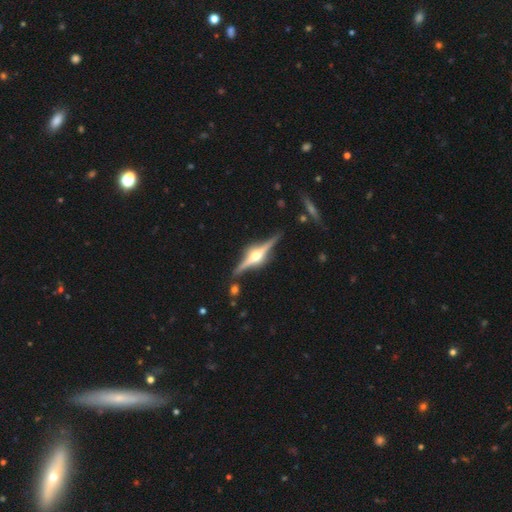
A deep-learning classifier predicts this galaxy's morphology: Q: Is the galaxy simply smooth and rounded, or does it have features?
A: featured or disk — 86%.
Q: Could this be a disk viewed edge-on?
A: yes — 98%.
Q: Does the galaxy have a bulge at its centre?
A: rounded — 94%.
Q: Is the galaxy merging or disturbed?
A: none — 85%.